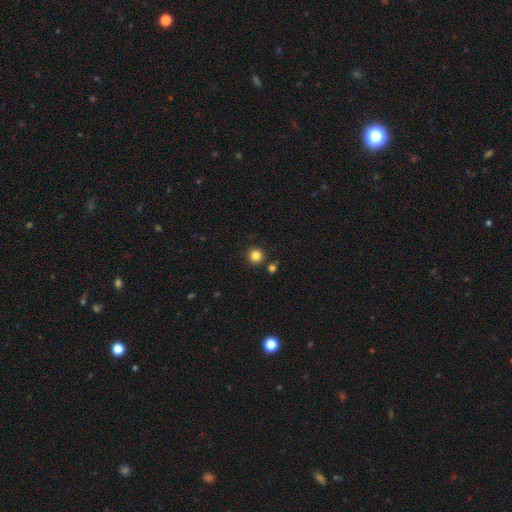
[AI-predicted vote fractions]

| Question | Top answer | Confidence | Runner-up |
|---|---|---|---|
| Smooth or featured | smooth | 84% | star or artifact (12%) |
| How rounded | round | 95% | in between (4%) |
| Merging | none | 87% | minor disturbance (6%) |